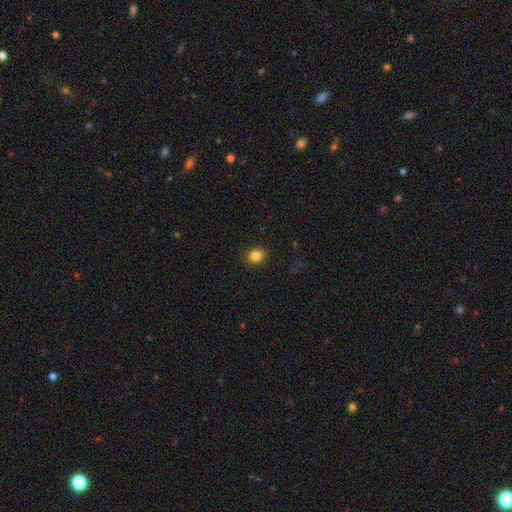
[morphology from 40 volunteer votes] Smooth or featured?
  - smooth: 88% *
  - star or artifact: 8%
  - featured or disk: 5%
How rounded?
  - round: 83% *
  - in between: 17%
  - cigar-shaped: 0%
Merging?
  - none: 89% *
  - minor disturbance: 5%
  - major disturbance: 3%
  - merger: 3%